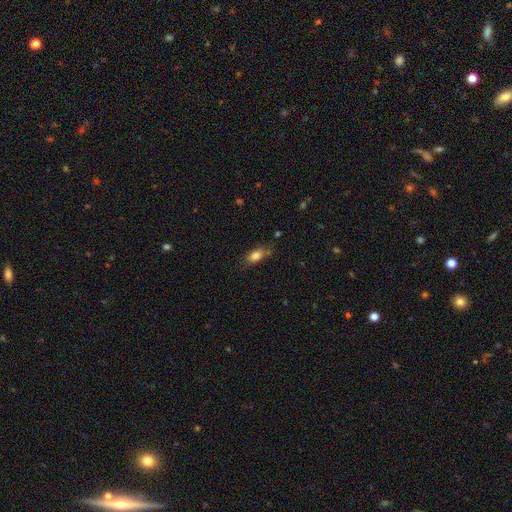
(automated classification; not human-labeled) Q: Smooth or featured?
A: smooth (80%); runner-up: featured or disk (10%)
Q: How rounded?
A: in between (83%); runner-up: cigar-shaped (11%)
Q: Merging?
A: none (66%); runner-up: minor disturbance (24%)